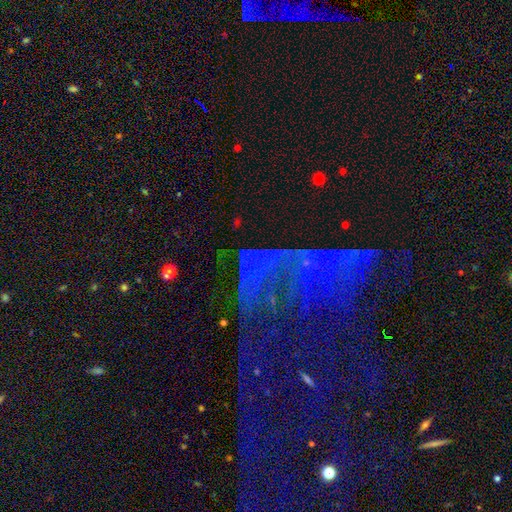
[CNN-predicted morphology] Smooth or featured?
  - star or artifact: 70% *
  - featured or disk: 17%
  - smooth: 13%